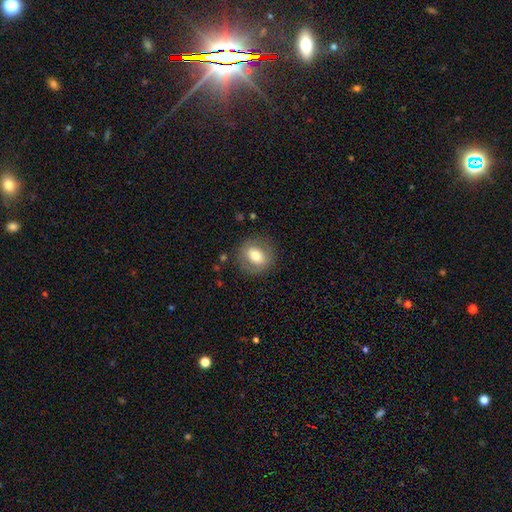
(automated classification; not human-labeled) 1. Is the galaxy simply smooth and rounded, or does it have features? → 66% smooth, 26% featured or disk, 8% star or artifact.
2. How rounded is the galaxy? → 71% round, 28% in between, 1% cigar-shaped.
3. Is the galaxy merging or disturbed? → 83% none, 11% minor disturbance, 5% major disturbance, 1% merger.